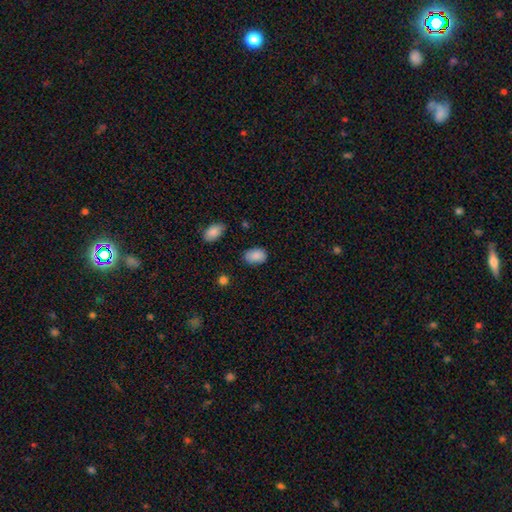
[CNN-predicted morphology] smooth-or-featured: smooth: 88% | star or artifact: 8% | featured or disk: 4%
  how-rounded: in between: 86% | round: 13% | cigar-shaped: 1%
  merging: none: 79% | minor disturbance: 16% | major disturbance: 3% | merger: 2%